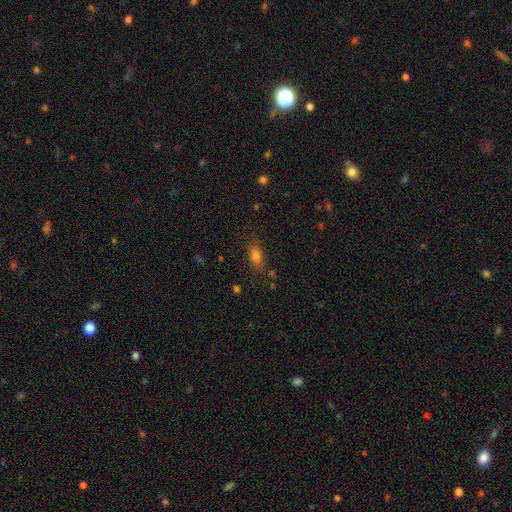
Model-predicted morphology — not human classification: Smooth or featured? smooth (78%)
How rounded? in between (80%)
Merging? none (77%)